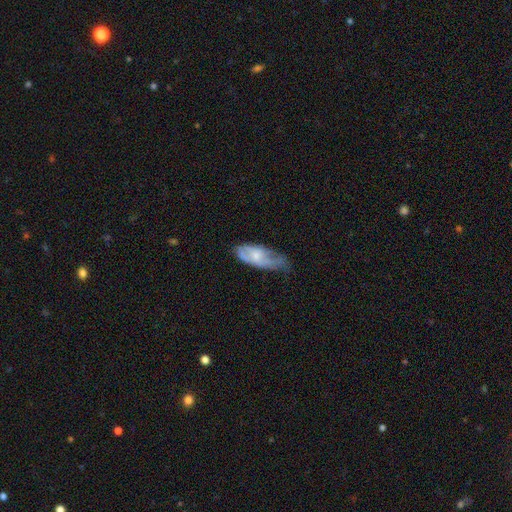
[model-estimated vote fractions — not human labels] This appears to be a smooth galaxy with no disk features (50%) that is in between round and cigar-shaped (79%). Merging: minor disturbance (41%).